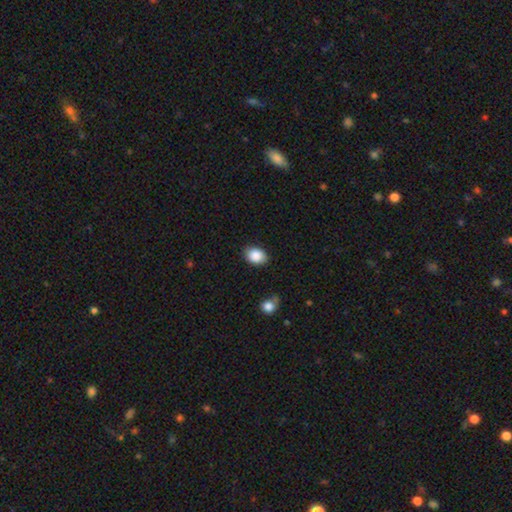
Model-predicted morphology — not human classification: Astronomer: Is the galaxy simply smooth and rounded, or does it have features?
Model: smooth — 88%.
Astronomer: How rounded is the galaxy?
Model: in between — 69%.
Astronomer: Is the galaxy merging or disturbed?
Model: none — 83%.